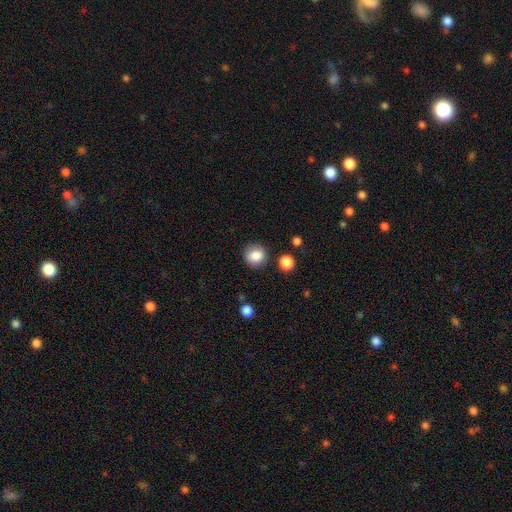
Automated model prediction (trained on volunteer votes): smooth_or_featured: smooth (p=0.85) [alt: star or artifact p=0.10]
how_rounded: round (p=0.87) [alt: in between p=0.12]
merging: none (p=0.84) [alt: minor disturbance p=0.10]